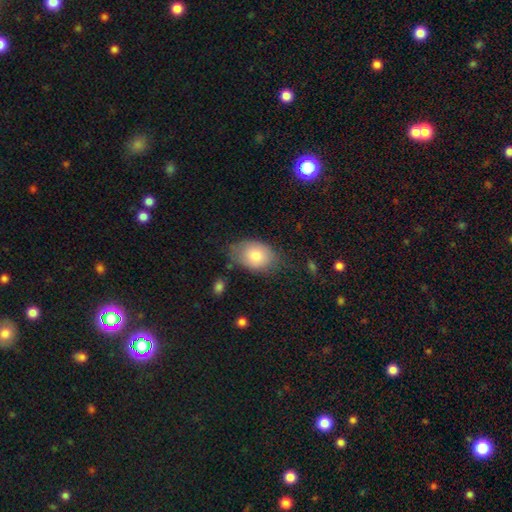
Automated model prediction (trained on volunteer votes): A smooth galaxy with no disk features (79%) that is in between round and cigar-shaped (79%). Merging: none (65%).